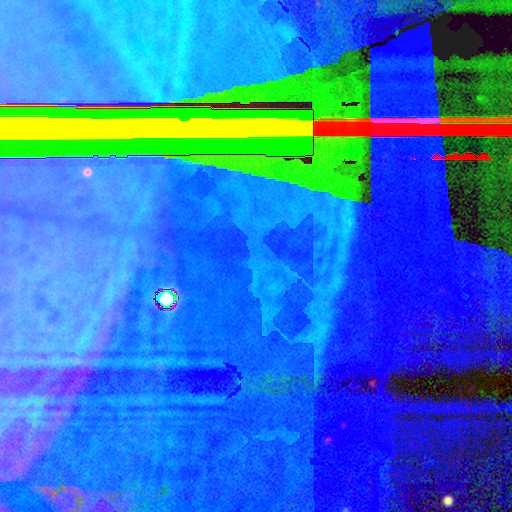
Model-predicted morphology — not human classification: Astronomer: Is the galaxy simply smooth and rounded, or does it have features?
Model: star or artifact — 86%.